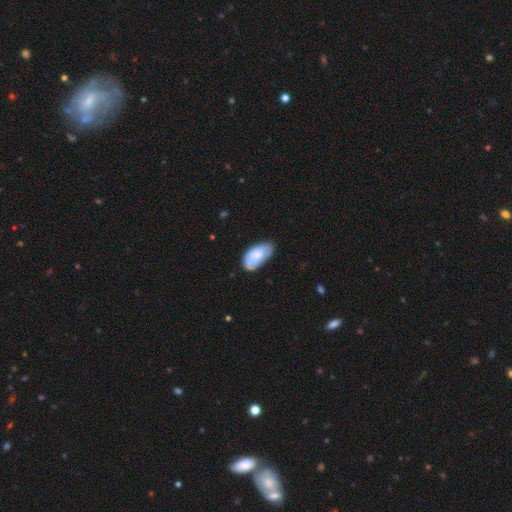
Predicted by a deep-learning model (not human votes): This is likely a smooth galaxy (73%). How rounded: clearly in between (94%). Merging: likely none (62%).